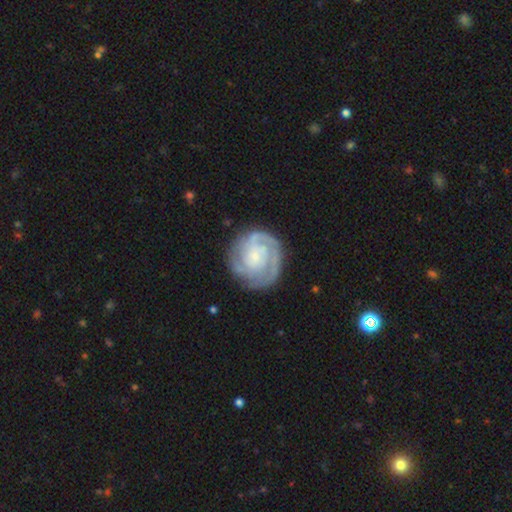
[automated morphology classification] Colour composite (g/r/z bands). It shows a featured or disk galaxy (83%) with no bar (73%), 2 (30%) tight (68%) spiral arms (95%) and a small central bulge (69%). Merging: none (76%).